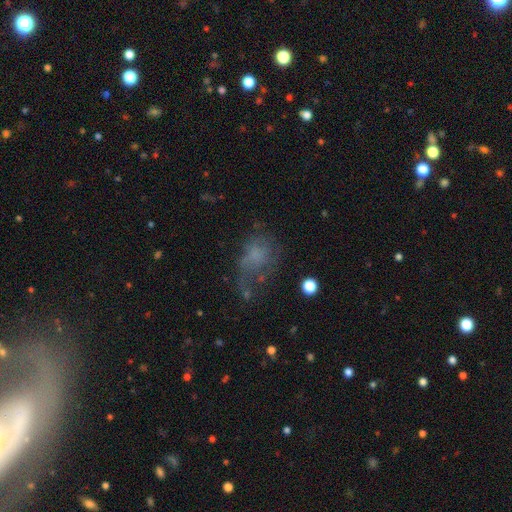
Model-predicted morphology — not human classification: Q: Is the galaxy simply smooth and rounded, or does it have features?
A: smooth — 47%.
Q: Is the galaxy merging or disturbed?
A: major disturbance — 38%.